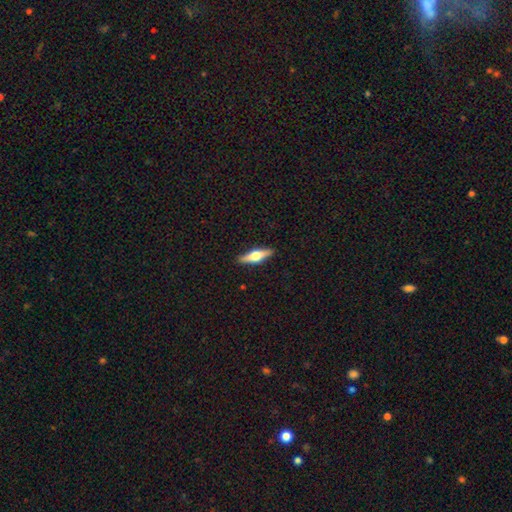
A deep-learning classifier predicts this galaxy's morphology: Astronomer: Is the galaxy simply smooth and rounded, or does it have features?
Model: featured or disk — 60%.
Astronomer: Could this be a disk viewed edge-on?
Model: yes — 96%.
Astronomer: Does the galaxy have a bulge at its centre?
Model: rounded — 94%.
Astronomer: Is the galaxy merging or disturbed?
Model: none — 90%.